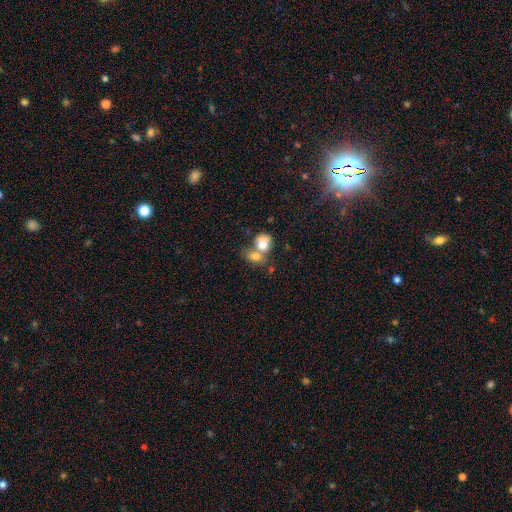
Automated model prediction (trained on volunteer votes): Morphology: type=smooth (73%); roundness=in between (60%); merging=merger (67%).